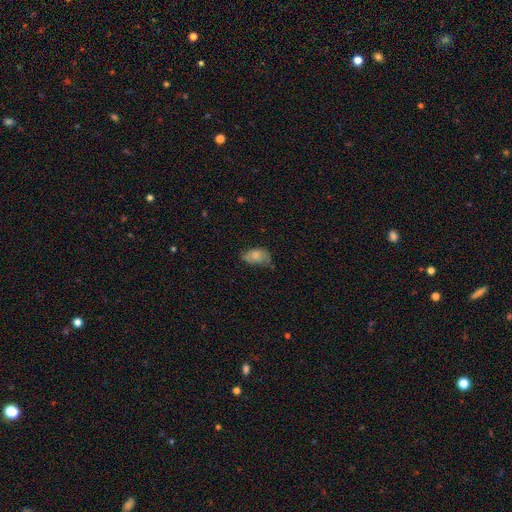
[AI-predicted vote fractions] Smooth or featured?
  - smooth: 74% *
  - featured or disk: 17%
  - star or artifact: 8%
How rounded?
  - in between: 91% *
  - round: 7%
  - cigar-shaped: 2%
Merging?
  - none: 45% *
  - minor disturbance: 38%
  - major disturbance: 13%
  - merger: 3%